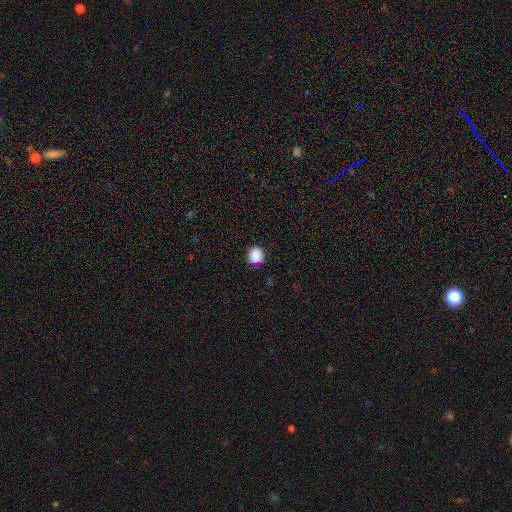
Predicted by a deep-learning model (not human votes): Smooth or featured: smooth — 88% (star or artifact — 9%)
How rounded: round — 79% (in between — 20%)
Merging: none — 86% (minor disturbance — 10%)